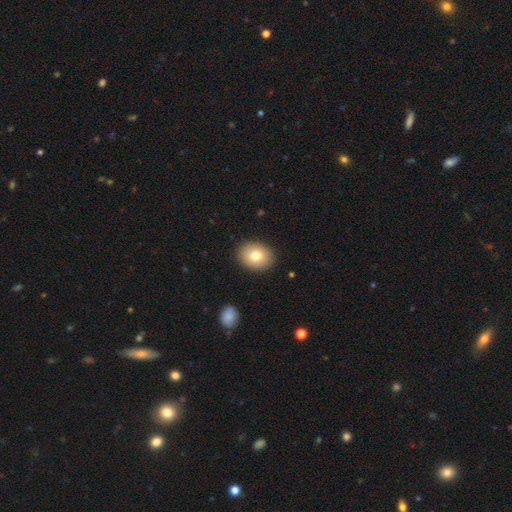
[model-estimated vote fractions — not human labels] Smooth or featured?
  - smooth: 78% *
  - featured or disk: 14%
  - star or artifact: 8%
How rounded?
  - in between: 58% *
  - round: 41%
  - cigar-shaped: 1%
Merging?
  - none: 89% *
  - minor disturbance: 8%
  - major disturbance: 2%
  - merger: 1%